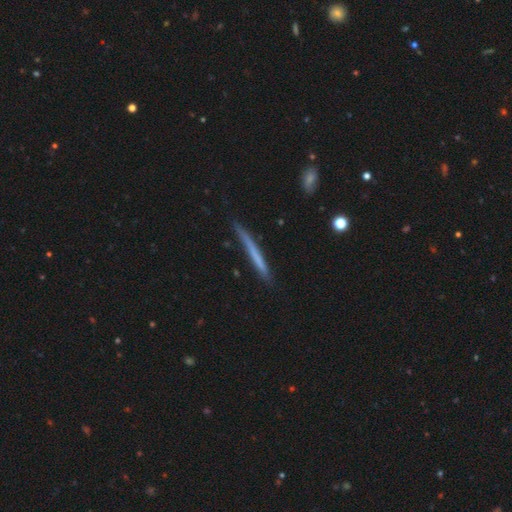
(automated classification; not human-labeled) Smooth or featured? Predicted: smooth (p=0.55). How rounded? Predicted: cigar-shaped (p=0.97). Merging? Predicted: none (p=0.84).